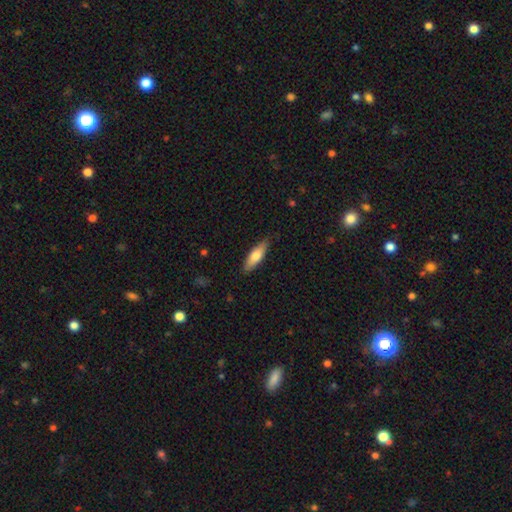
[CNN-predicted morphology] Overall: smooth (70%). How rounded: cigar-shaped (52%; in between 46%). Merging: none (85%).